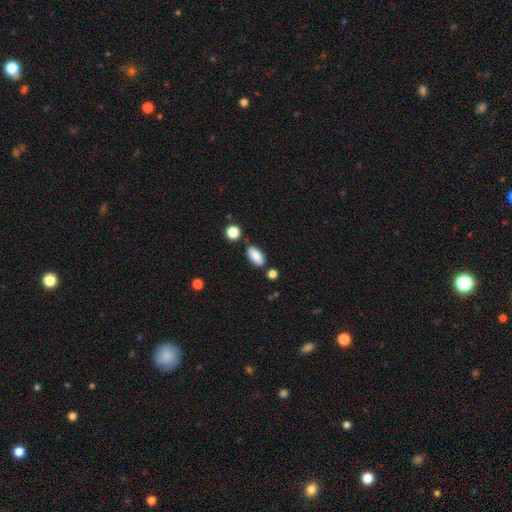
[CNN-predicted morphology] Q: Smooth or featured?
A: smooth (87%); runner-up: star or artifact (7%)
Q: How rounded?
A: in between (89%); runner-up: cigar-shaped (8%)
Q: Merging?
A: none (81%); runner-up: minor disturbance (11%)